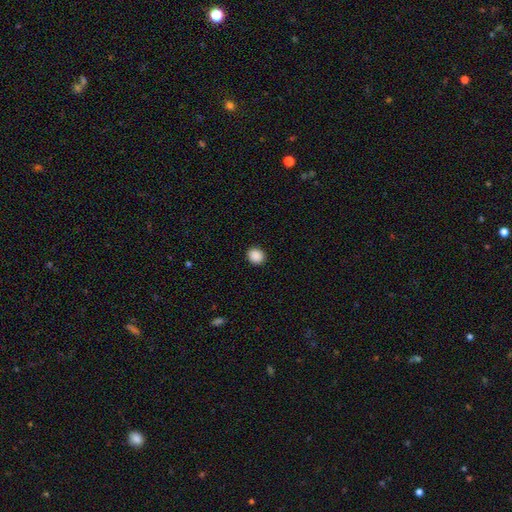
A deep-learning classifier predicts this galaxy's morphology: This appears to be a smooth galaxy with no disk features (89%) that is round (79%). Merging: none (92%).